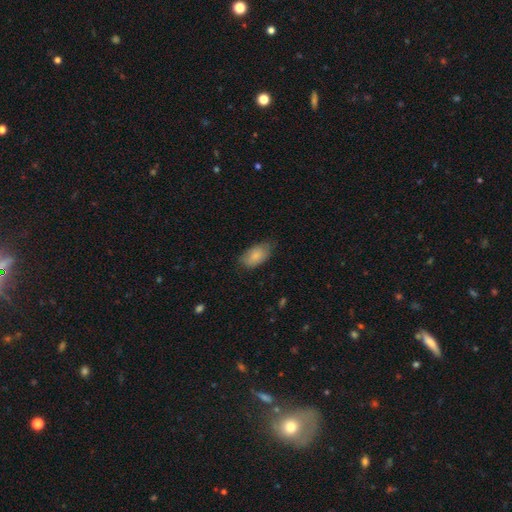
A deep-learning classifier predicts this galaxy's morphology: A smooth galaxy with no disk features (84%) that is in between round and cigar-shaped (94%). Merging: none (70%).